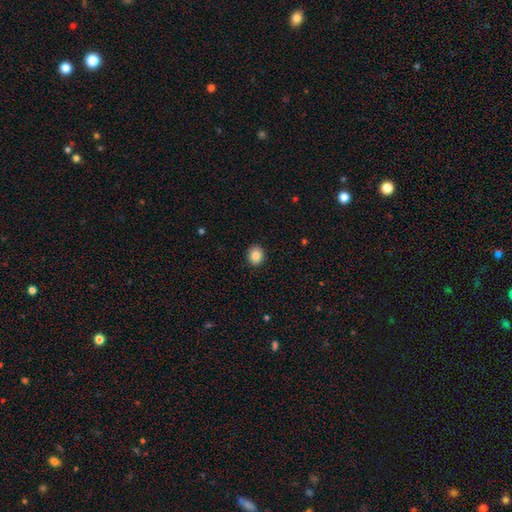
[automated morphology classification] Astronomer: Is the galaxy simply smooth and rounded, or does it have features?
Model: smooth — 85%.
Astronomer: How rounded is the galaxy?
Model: round — 66%.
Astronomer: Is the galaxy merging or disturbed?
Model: none — 91%.